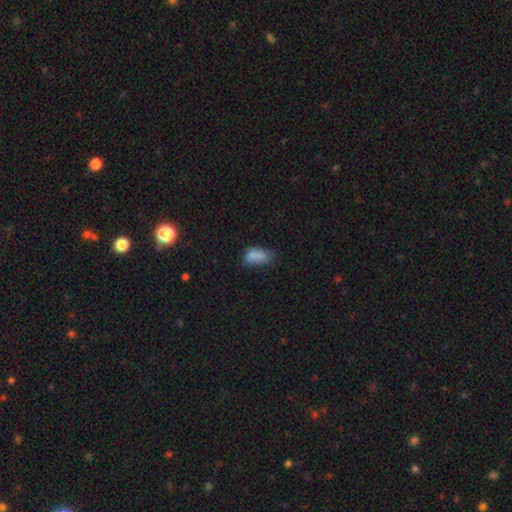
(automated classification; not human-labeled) A smooth galaxy with no disk features (81%) that is in between round and cigar-shaped (89%).

Vote fractions:
- Smooth or featured? smooth: 81% / star or artifact: 10% / featured or disk: 9%
- How rounded? in between: 89% / cigar-shaped: 6% / round: 5%
- Merging? none: 41% / minor disturbance: 38% / major disturbance: 16% / merger: 4%